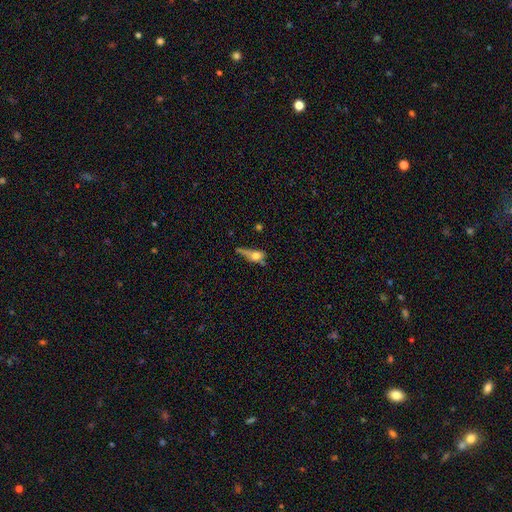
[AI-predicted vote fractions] This appears to be a smooth galaxy with no disk features (54%) that is in between round and cigar-shaped (50%). Merging: major disturbance (32%).